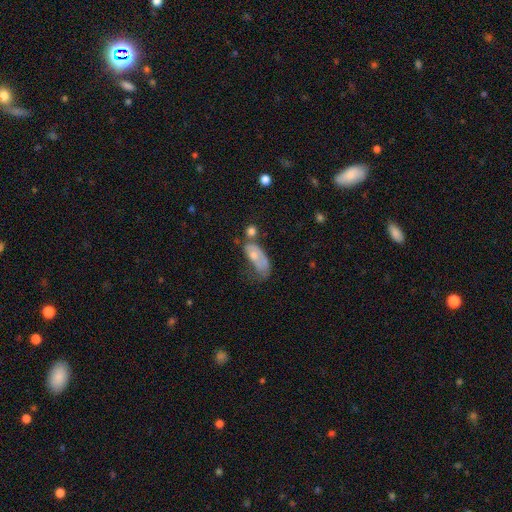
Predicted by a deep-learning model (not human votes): Smooth or featured?
  - smooth: 54% *
  - featured or disk: 38%
  - star or artifact: 9%
How rounded?
  - in between: 81% *
  - cigar-shaped: 14%
  - round: 5%
Merging?
  - major disturbance: 38% *
  - merger: 23%
  - minor disturbance: 21%
  - none: 19%